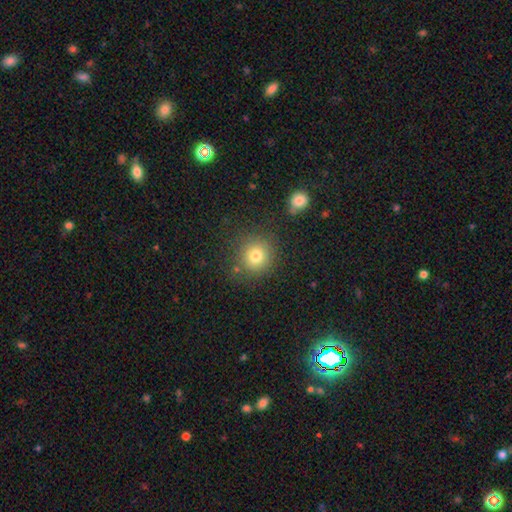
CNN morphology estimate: This appears to be a smooth galaxy with no disk features (78%) that is round (90%). Merging: none (82%).